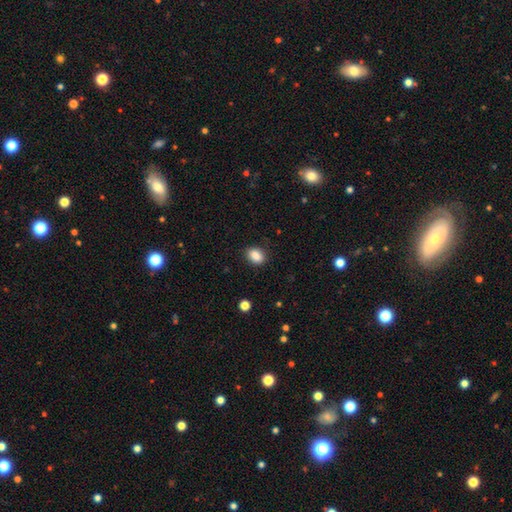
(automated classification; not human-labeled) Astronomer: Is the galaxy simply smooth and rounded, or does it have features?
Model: smooth — 87%.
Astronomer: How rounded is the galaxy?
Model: in between — 68%.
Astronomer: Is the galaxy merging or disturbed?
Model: none — 85%.